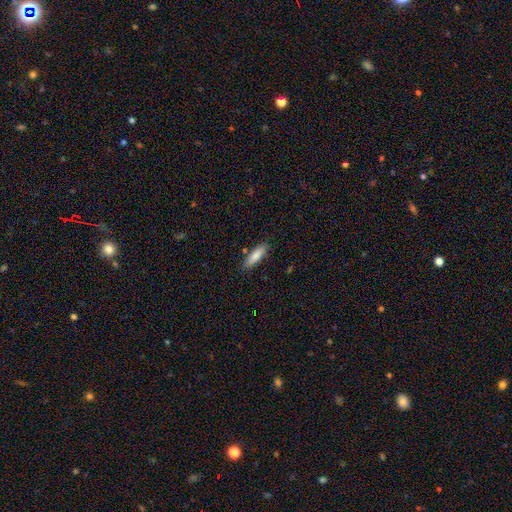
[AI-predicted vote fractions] smooth 81%, featured or disk 13%, star or artifact 6%. Down the decision tree: how rounded — cigar-shaped (61%); merging — none (85%).